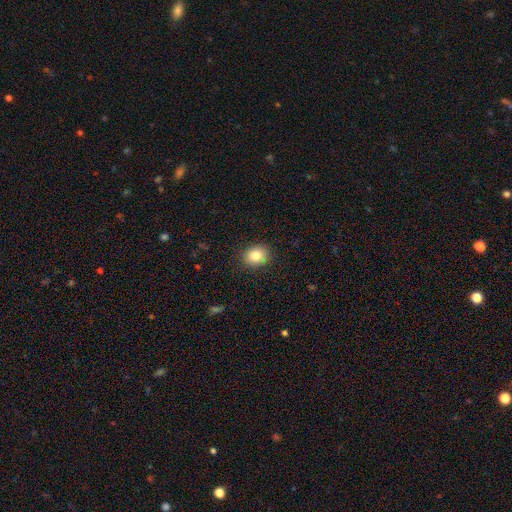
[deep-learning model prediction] smooth-or-featured: smooth: 83% | star or artifact: 10% | featured or disk: 7%
  how-rounded: round: 58% | in between: 41% | cigar-shaped: 1%
  merging: none: 88% | minor disturbance: 9% | major disturbance: 2% | merger: 1%